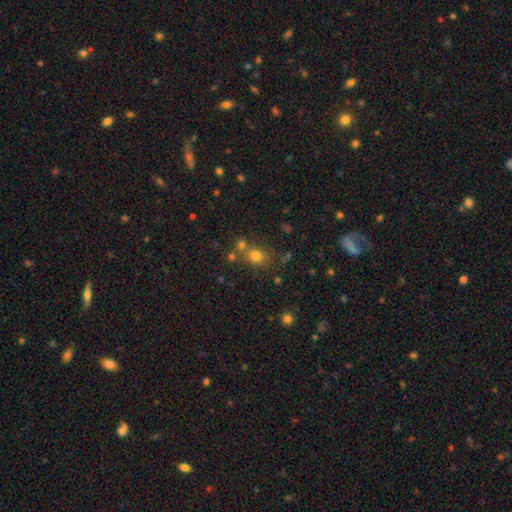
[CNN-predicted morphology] Smooth or featured? Predicted: smooth (p=0.73). How rounded? Predicted: round (p=0.69). Merging? Predicted: none (p=0.63).